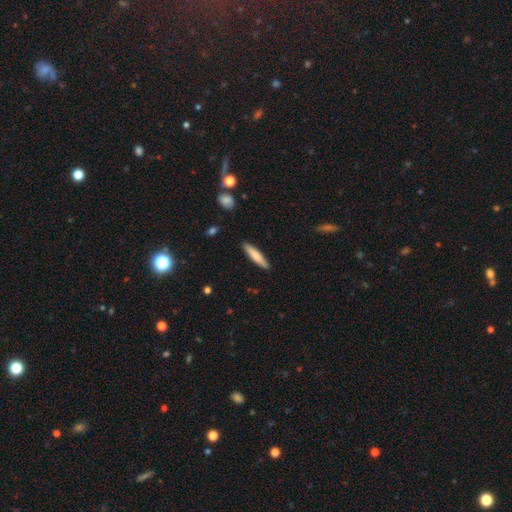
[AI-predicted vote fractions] smooth_or_featured: smooth (p=0.73) [alt: featured or disk p=0.21]
how_rounded: cigar-shaped (p=0.87) [alt: in between p=0.12]
merging: none (p=0.90) [alt: minor disturbance p=0.07]